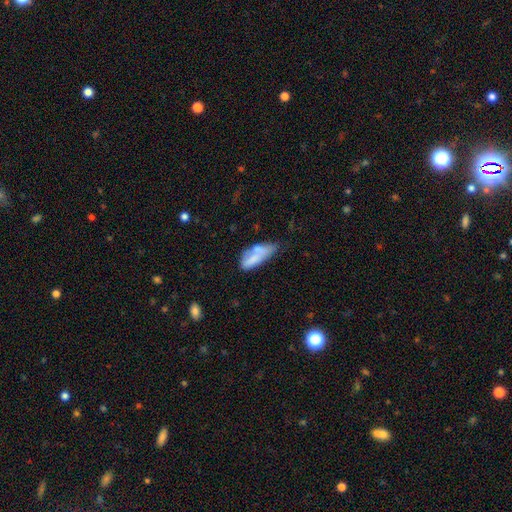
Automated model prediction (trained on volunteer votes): smooth-or-featured: smooth: 66% | featured or disk: 26% | star or artifact: 8%
  how-rounded: in between: 75% | cigar-shaped: 22% | round: 3%
  merging: minor disturbance: 30% | none: 26% | merger: 24% | major disturbance: 20%